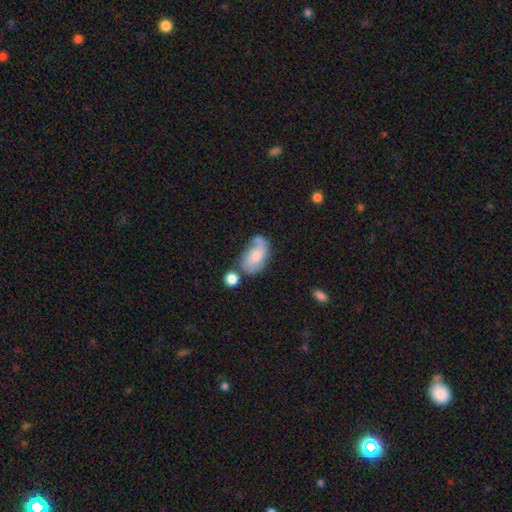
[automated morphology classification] This appears to be a smooth galaxy with no disk features (57%) that is in between round and cigar-shaped (91%). Merging: none (39%).